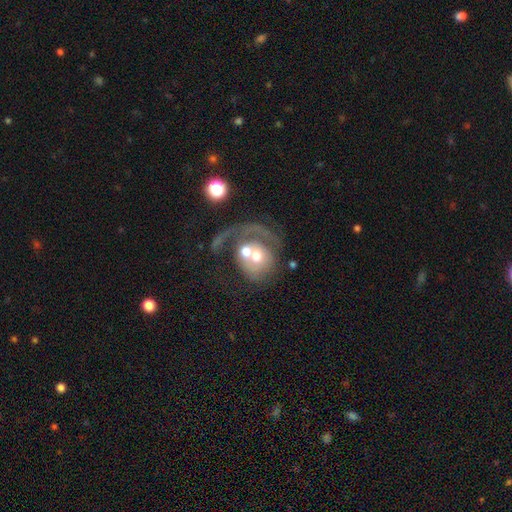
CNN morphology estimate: Smooth or featured: featured or disk — 56% (smooth — 36%)
Edge-on disk: no — 97% (yes — 3%)
Bar: no — 83% (weak — 14%)
Spiral arms: no — 53% (yes — 47%)
Bulge size: moderate — 63% (large — 19%)
Merging: merger — 51% (major disturbance — 24%)